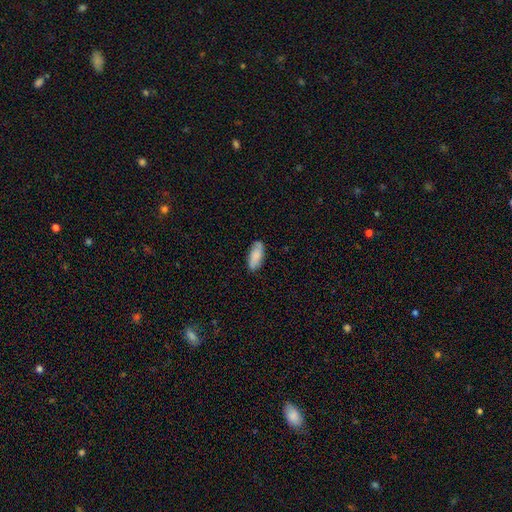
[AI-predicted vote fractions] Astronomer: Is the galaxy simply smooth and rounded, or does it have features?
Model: smooth — 83%.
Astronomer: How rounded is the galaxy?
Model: in between — 81%.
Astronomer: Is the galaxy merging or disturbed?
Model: none — 77%.